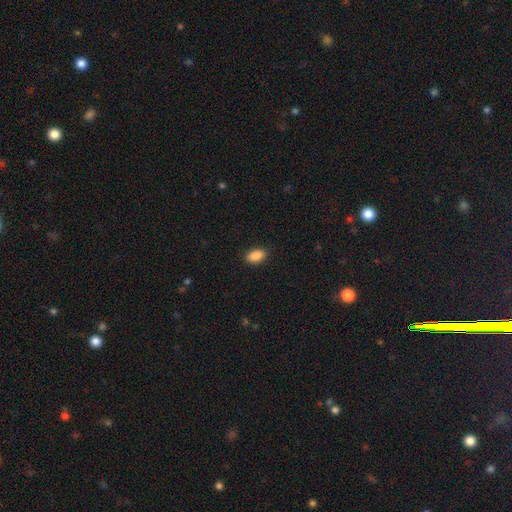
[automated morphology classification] Smooth or featured? Predicted: smooth (p=0.89). How rounded? Predicted: in between (p=0.91). Merging? Predicted: none (p=0.88).